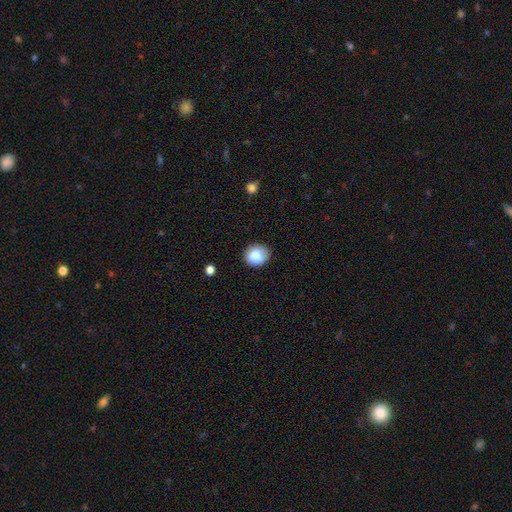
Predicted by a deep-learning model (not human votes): smooth 86%, star or artifact 8%, featured or disk 5%. Down the decision tree: how rounded — round (79%); merging — none (81%).